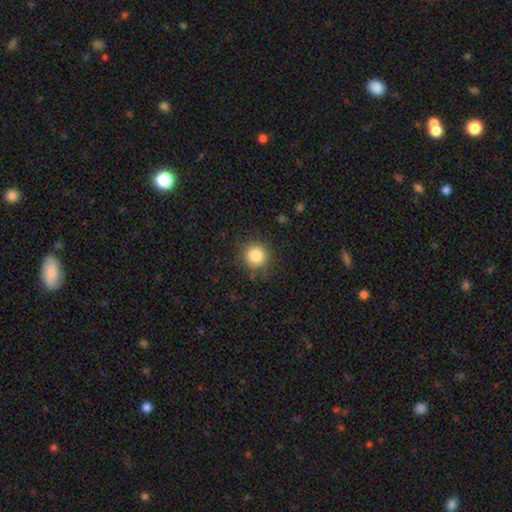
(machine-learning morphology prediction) smooth 84%, star or artifact 11%, featured or disk 5%. Down the decision tree: how rounded — round (93%); merging — none (86%).